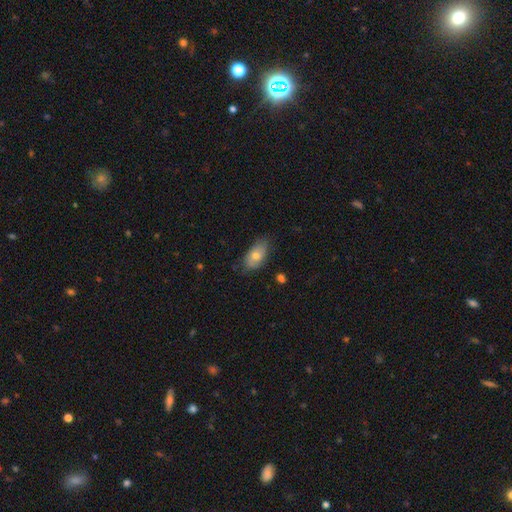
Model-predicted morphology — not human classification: This appears to be a smooth galaxy with no disk features (70%) that is in between round and cigar-shaped (91%). Merging: none (71%).